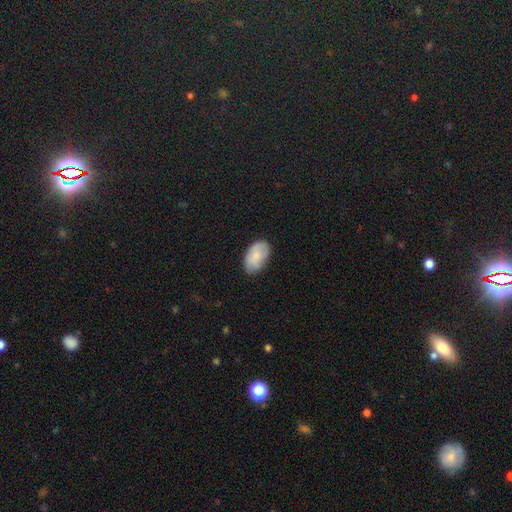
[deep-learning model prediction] smooth 76%, featured or disk 18%, star or artifact 6%. Down the decision tree: how rounded — in between (93%); merging — none (76%).